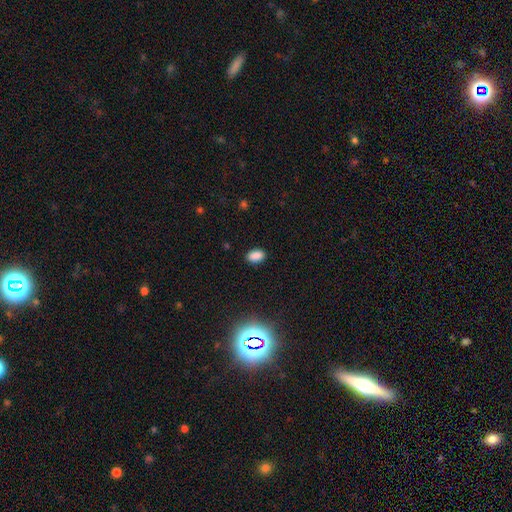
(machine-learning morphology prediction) smooth 85%, star or artifact 11%, featured or disk 3%. Down the decision tree: how rounded — in between (90%); merging — none (87%).